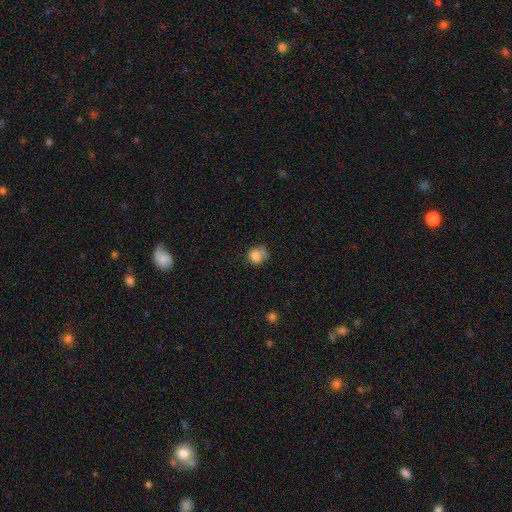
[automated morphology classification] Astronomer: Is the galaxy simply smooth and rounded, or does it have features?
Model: smooth — 80%.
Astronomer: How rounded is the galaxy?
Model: round — 70%.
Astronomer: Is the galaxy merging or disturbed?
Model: none — 44% (runner-up: minor disturbance, 30%).